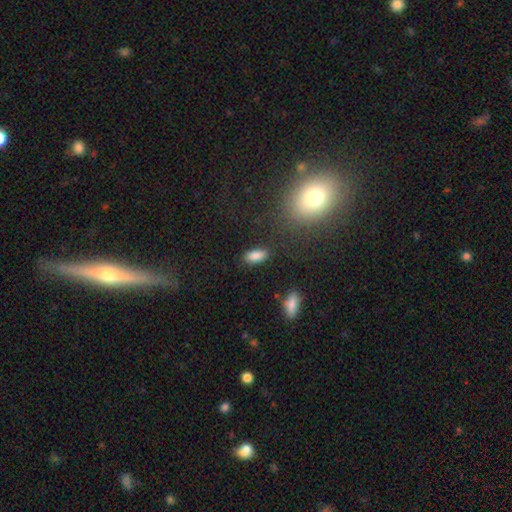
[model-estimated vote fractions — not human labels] Smooth or featured: smooth — 86% (star or artifact — 9%)
How rounded: in between — 87% (cigar-shaped — 10%)
Merging: none — 84% (minor disturbance — 11%)